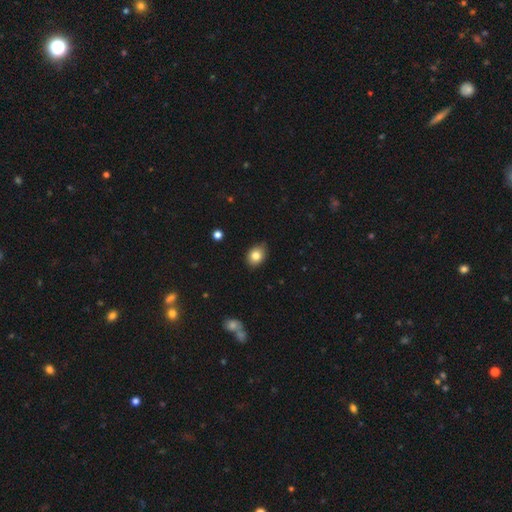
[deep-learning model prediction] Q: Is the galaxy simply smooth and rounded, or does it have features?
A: smooth — 82%.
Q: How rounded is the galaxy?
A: in between — 61%.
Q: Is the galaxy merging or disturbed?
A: none — 80%.